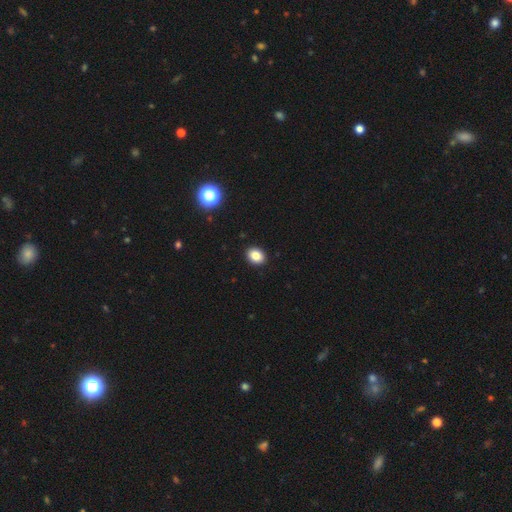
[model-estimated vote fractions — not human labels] Smooth or featured? smooth (84%)
How rounded? in between (56%)
Merging? none (92%)